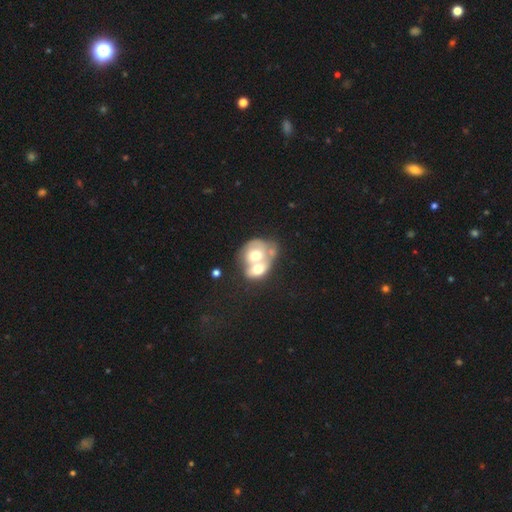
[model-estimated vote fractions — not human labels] A smooth galaxy with no disk features (50%) that is round (50%).

Vote fractions:
- Smooth or featured? smooth: 50% / featured or disk: 43% / star or artifact: 7%
- How rounded? round: 50% / in between: 49% / cigar-shaped: 1%
- Merging? merger: 80% / none: 10% / minor disturbance: 5% / major disturbance: 5%